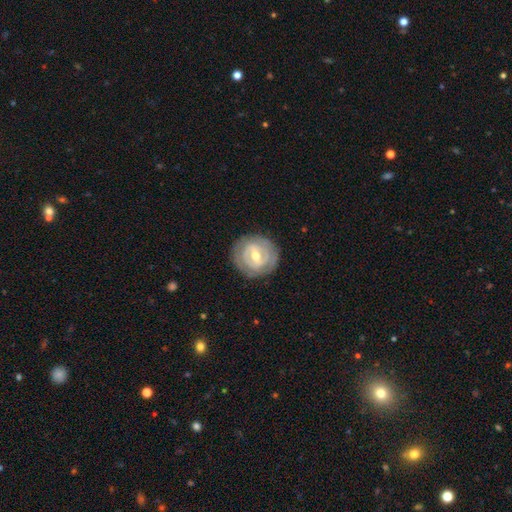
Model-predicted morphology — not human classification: Q: Smooth or featured?
A: featured or disk (77%); runner-up: smooth (18%)
Q: Edge-on disk?
A: no (96%); runner-up: yes (4%)
Q: Bar?
A: weak (48%); runner-up: strong (33%)
Q: Spiral arms?
A: yes (70%); runner-up: no (30%)
Q: Spiral winding?
A: tight (75%); runner-up: medium (19%)
Q: Spiral arm count?
A: 2 (47%); runner-up: can't tell (36%)
Q: Bulge size?
A: moderate (66%); runner-up: small (29%)
Q: Merging?
A: none (83%); runner-up: minor disturbance (12%)